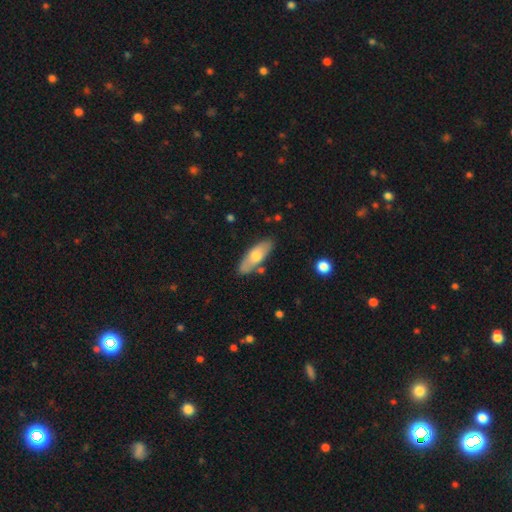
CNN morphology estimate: Q: Smooth or featured?
A: smooth (64%); runner-up: featured or disk (30%)
Q: How rounded?
A: in between (66%); runner-up: cigar-shaped (31%)
Q: Merging?
A: none (79%); runner-up: minor disturbance (14%)